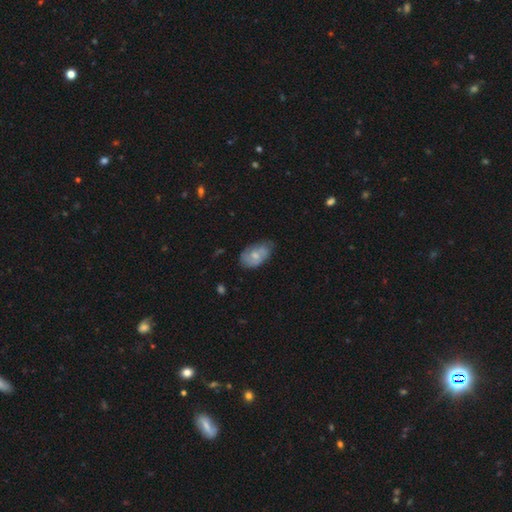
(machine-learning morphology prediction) This appears to be a smooth galaxy with no disk features (56%) that is in between round and cigar-shaped (91%). Merging: none (49%).